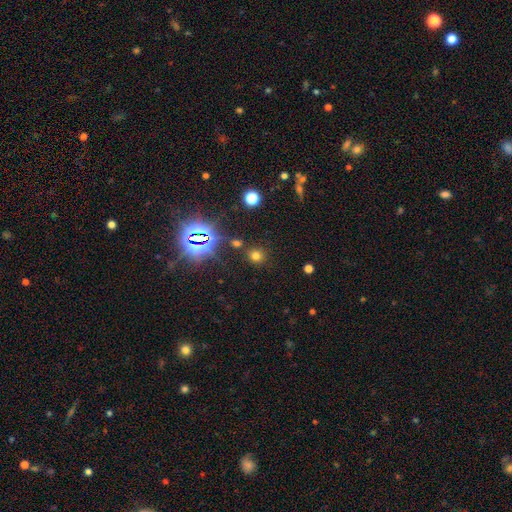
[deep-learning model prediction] smooth 61%, star or artifact 31%, featured or disk 7%. Down the decision tree: how rounded — round (87%); merging — none (82%).